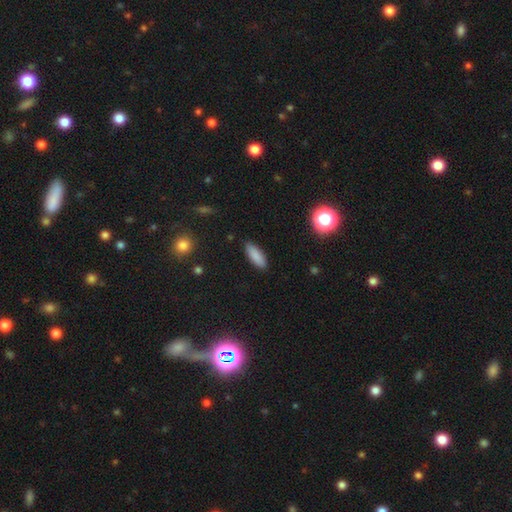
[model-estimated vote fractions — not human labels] Q: Smooth or featured?
A: smooth (86%); runner-up: star or artifact (8%)
Q: How rounded?
A: in between (65%); runner-up: cigar-shaped (33%)
Q: Merging?
A: none (88%); runner-up: minor disturbance (9%)